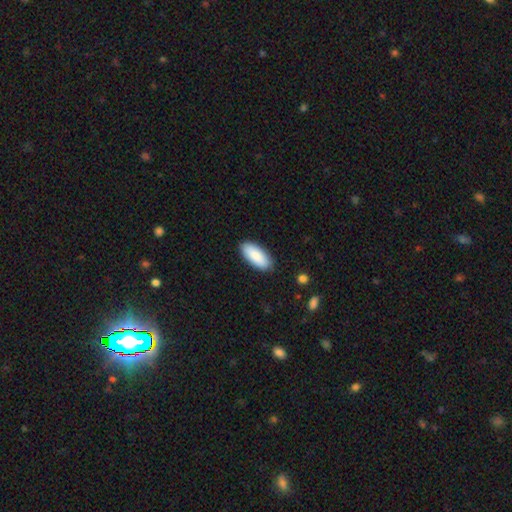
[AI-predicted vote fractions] Morphology: type=smooth (88%); roundness=in between (86%); merging=none (88%).